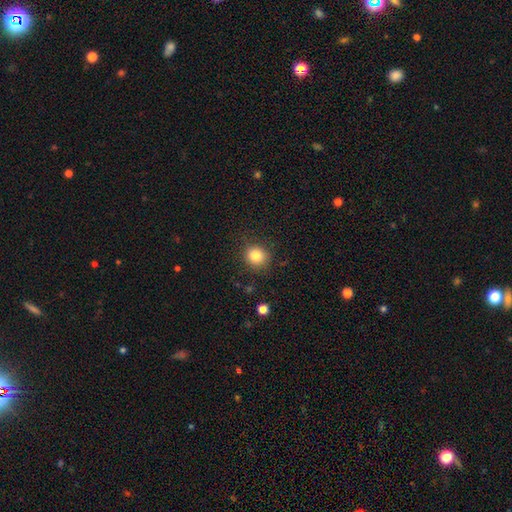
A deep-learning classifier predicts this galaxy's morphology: Smooth or featured? Predicted: smooth (p=0.82). How rounded? Predicted: round (p=0.85). Merging? Predicted: none (p=0.86).